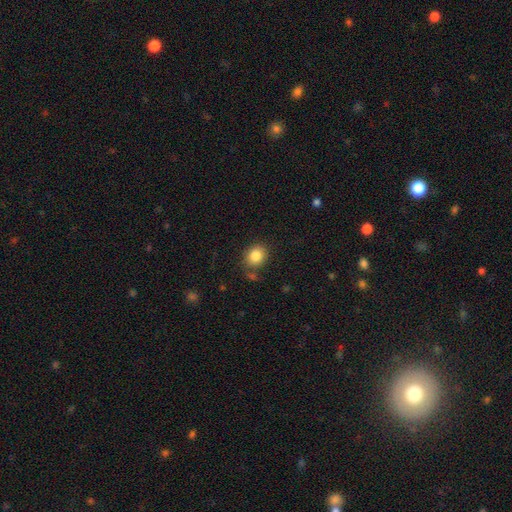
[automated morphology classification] The model was most divided on "how rounded": round: 61%, in between: 38%, cigar-shaped: 1%. More confident: smooth or featured — smooth (85%); merging — none (79%).